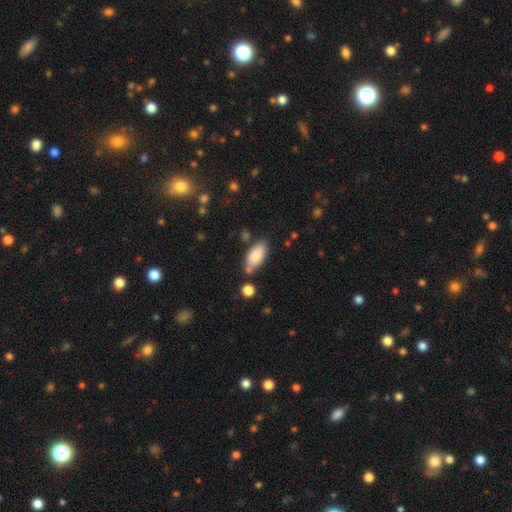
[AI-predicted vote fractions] A smooth galaxy with no disk features (85%) that is in between round and cigar-shaped (90%).

Vote fractions:
- Smooth or featured? smooth: 85% / featured or disk: 8% / star or artifact: 6%
- How rounded? in between: 90% / cigar-shaped: 8% / round: 2%
- Merging? none: 71% / minor disturbance: 16% / merger: 9% / major disturbance: 4%